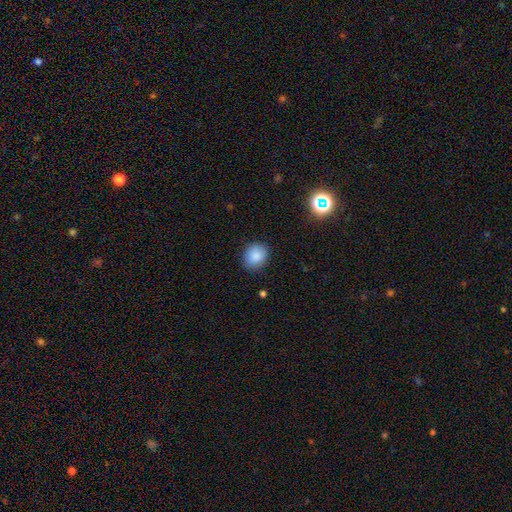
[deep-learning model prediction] Smooth or featured? smooth (87%)
How rounded? round (61%)
Merging? none (85%)